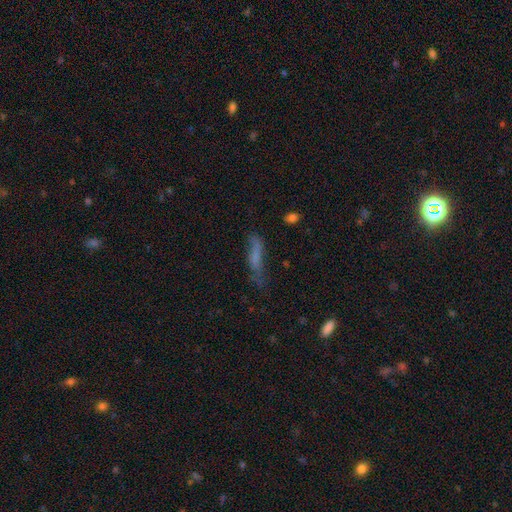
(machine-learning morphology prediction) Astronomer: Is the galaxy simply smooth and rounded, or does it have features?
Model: smooth — 58%.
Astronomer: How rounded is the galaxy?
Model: cigar-shaped — 74%.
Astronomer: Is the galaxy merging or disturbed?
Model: none — 46% (runner-up: minor disturbance, 29%).